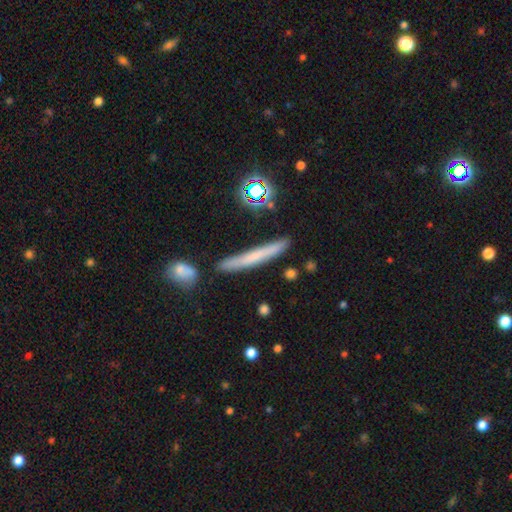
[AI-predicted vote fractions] The model was most divided on "smooth or featured": smooth: 56%, featured or disk: 33%, star or artifact: 12%. More confident: how rounded — cigar-shaped (94%); merging — none (83%).